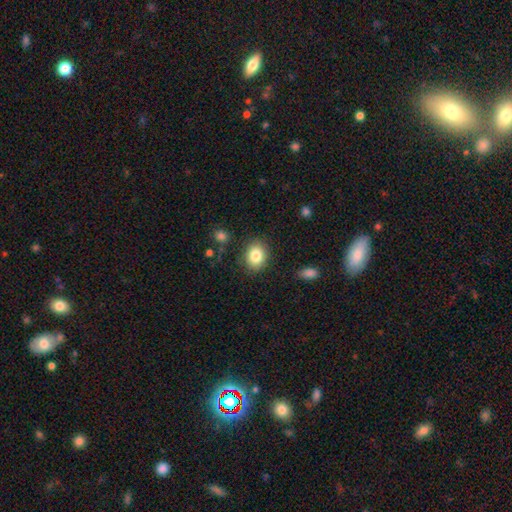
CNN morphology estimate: Q: Smooth or featured?
A: smooth (83%); runner-up: star or artifact (9%)
Q: How rounded?
A: round (51%); runner-up: in between (48%)
Q: Merging?
A: none (85%); runner-up: minor disturbance (10%)